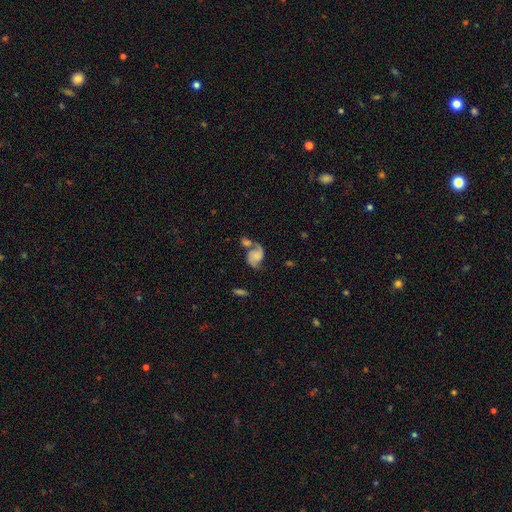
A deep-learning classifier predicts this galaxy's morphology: type=featured or disk (68%); edge-on=no (98%); bar=no (70%); spiral arms=yes (92%); winding=loose (50%); arm count=2 (85%); bulge=none (51%); merging=merger (38%).